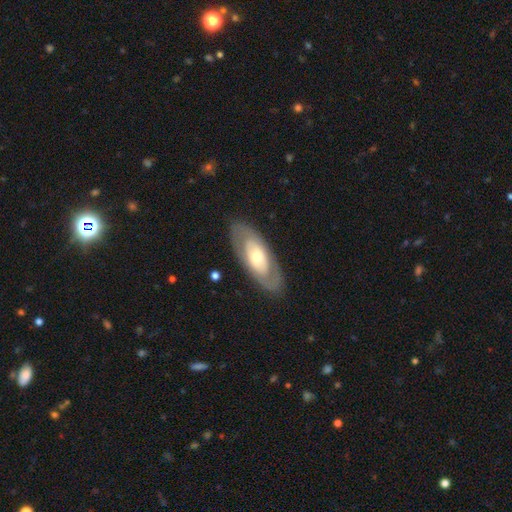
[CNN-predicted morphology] A featured or disk galaxy (68%) with no bar (75%), spiral arms (52%) and a moderate central bulge (51%).

Vote fractions:
- Smooth or featured? featured or disk: 68% / smooth: 26% / star or artifact: 6%
- Edge-on disk? no: 86% / yes: 14%
- Bar? no: 75% / weak: 18% / strong: 8%
- Spiral arms? yes: 52% / no: 48%
- Bulge size? moderate: 51% / small: 40% / large: 6% / dominant: 1% / none: 1%
- Merging? none: 85% / minor disturbance: 10% / major disturbance: 4% / merger: 1%